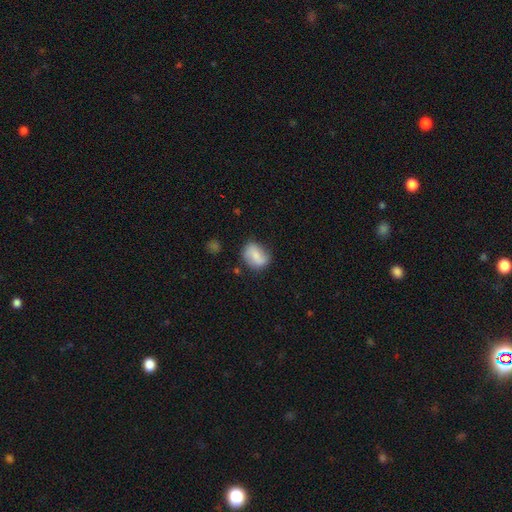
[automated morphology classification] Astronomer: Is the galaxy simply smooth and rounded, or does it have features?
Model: smooth — 71%.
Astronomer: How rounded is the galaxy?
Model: in between — 65%.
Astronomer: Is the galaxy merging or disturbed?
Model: none — 66%.